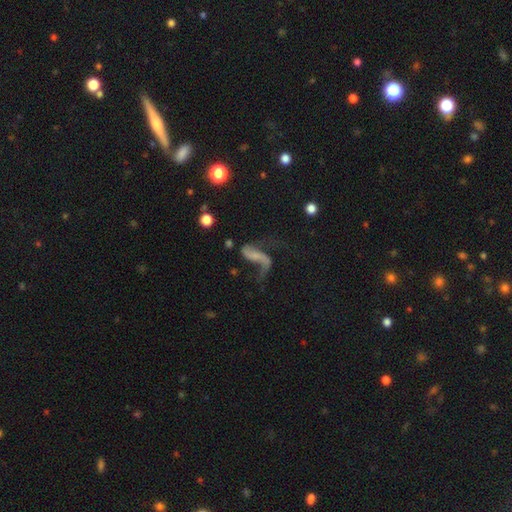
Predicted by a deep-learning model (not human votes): Smooth or featured? Predicted: featured or disk (p=0.71). Edge-on disk? Predicted: no (p=0.94). Bar? Predicted: no (p=0.50). Spiral arms? Predicted: yes (p=0.83). Spiral winding? Predicted: loose (p=0.89). Spiral arm count? Predicted: 2 (p=0.74). Bulge size? Predicted: none (p=0.56). Merging? Predicted: none (p=0.39).